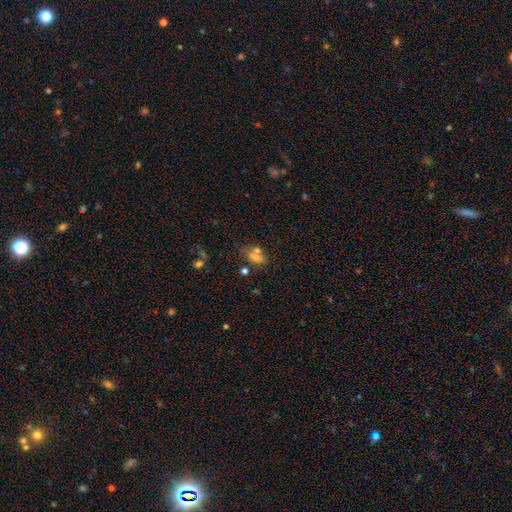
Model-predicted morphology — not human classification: A smooth galaxy with no disk features (65%) that is in between round and cigar-shaped (77%).

Vote fractions:
- Smooth or featured? smooth: 65% / star or artifact: 22% / featured or disk: 13%
- How rounded? in between: 77% / round: 18% / cigar-shaped: 5%
- Merging? none: 46% / merger: 23% / minor disturbance: 19% / major disturbance: 12%